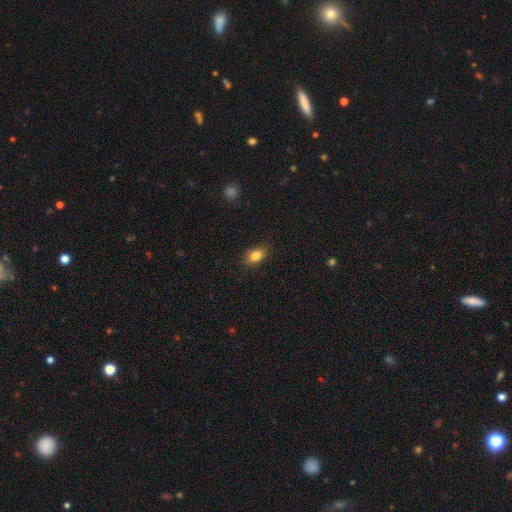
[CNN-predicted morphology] smooth 84%, star or artifact 9%, featured or disk 7%. Down the decision tree: how rounded — in between (81%); merging — none (84%).